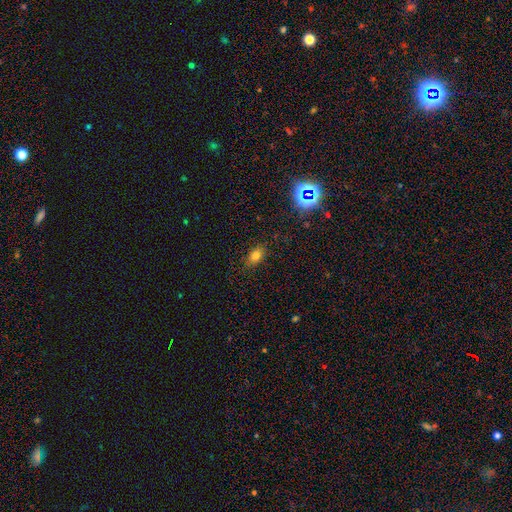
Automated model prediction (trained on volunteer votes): A smooth galaxy with no disk features (77%) that is in between round and cigar-shaped (78%). Merging: none (85%).